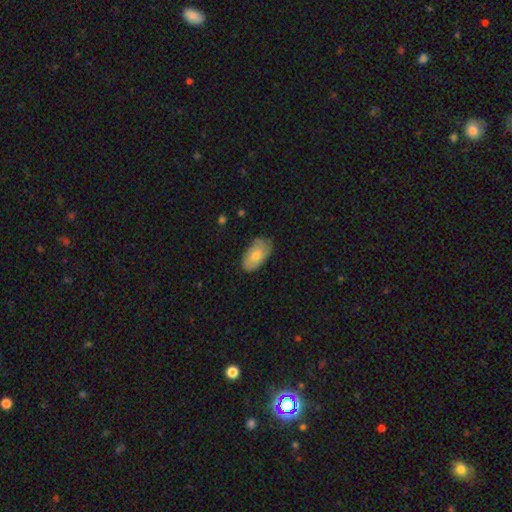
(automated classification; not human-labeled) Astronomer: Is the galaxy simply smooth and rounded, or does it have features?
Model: smooth — 66%.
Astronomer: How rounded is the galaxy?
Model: in between — 93%.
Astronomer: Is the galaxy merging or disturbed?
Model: none — 76%.